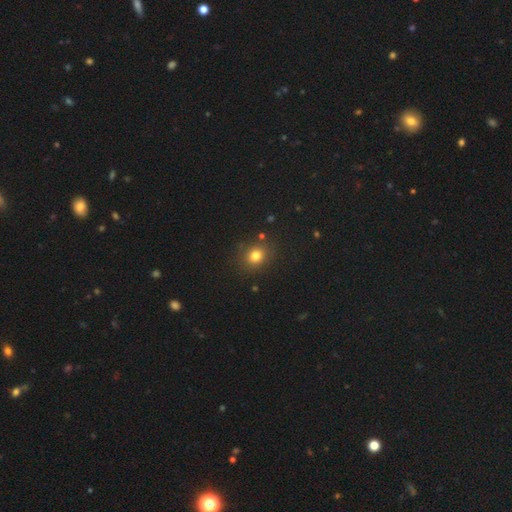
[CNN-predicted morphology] The model was most divided on "how rounded": round: 71%, in between: 28%, cigar-shaped: 1%. More confident: merging — none (85%); smooth or featured — smooth (79%).